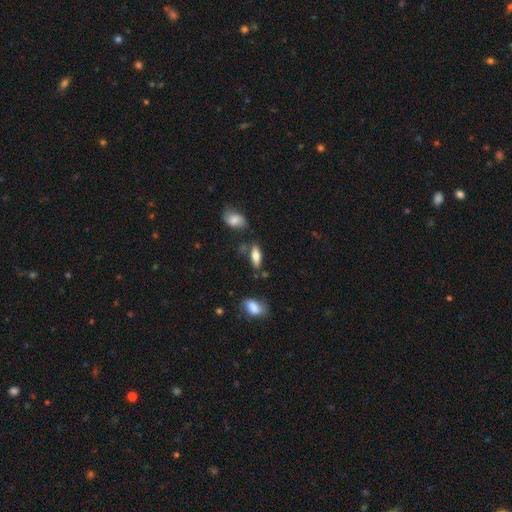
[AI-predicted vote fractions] Morphology: type=smooth (71%); roundness=in between (70%); merging=none (70%).